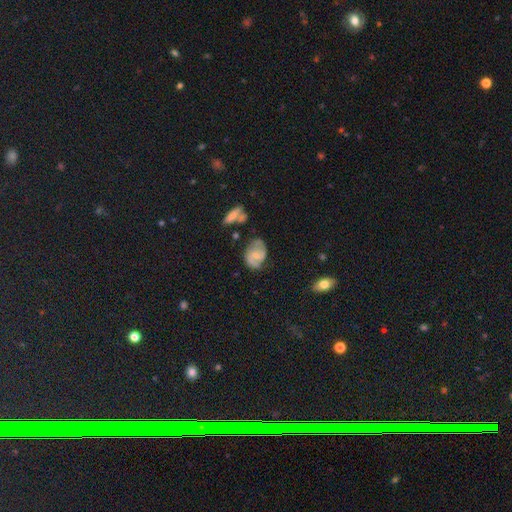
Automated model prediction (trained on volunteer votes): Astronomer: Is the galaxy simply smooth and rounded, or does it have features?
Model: featured or disk — 71%.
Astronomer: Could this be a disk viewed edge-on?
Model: no — 97%.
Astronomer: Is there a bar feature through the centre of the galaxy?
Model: no — 45% (runner-up: weak, 44%).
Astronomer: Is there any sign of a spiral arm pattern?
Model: yes — 89%.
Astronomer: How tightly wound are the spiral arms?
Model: medium — 49% (runner-up: tight, 28%).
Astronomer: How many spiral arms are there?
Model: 2 — 83%.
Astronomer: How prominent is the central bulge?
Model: small — 52% (runner-up: moderate, 38%).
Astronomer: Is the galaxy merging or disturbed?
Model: none — 64%.